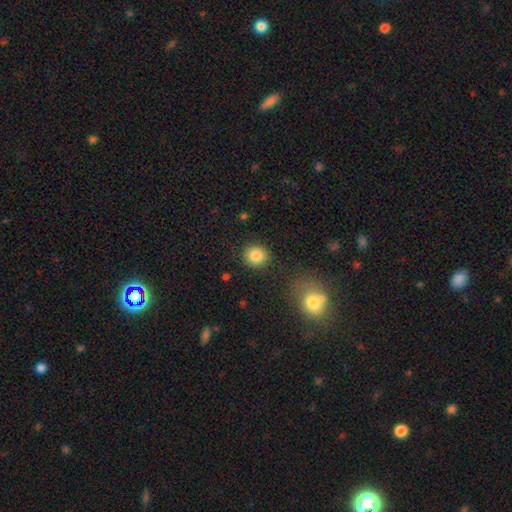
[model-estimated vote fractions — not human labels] Q: Smooth or featured?
A: smooth (85%); runner-up: star or artifact (10%)
Q: How rounded?
A: round (87%); runner-up: in between (12%)
Q: Merging?
A: none (88%); runner-up: minor disturbance (7%)